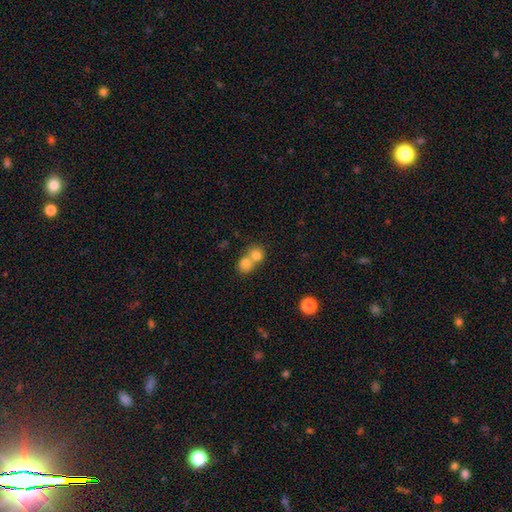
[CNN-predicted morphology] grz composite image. It shows a smooth galaxy with no disk features (77%) that is round (80%). Merging: merger (62%).